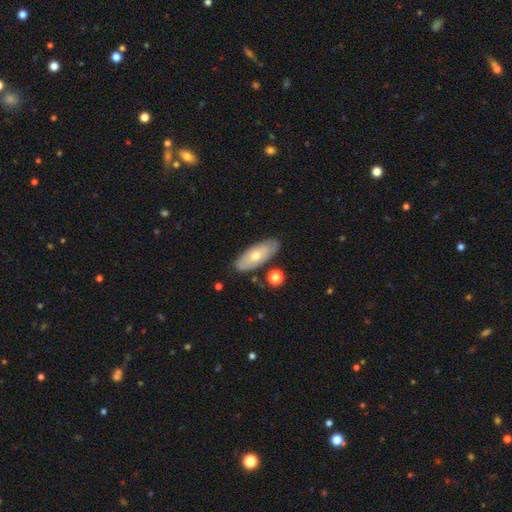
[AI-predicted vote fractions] Smooth or featured?
  - smooth: 50% *
  - featured or disk: 44%
  - star or artifact: 7%
Merging?
  - none: 83% *
  - minor disturbance: 12%
  - merger: 3%
  - major disturbance: 3%